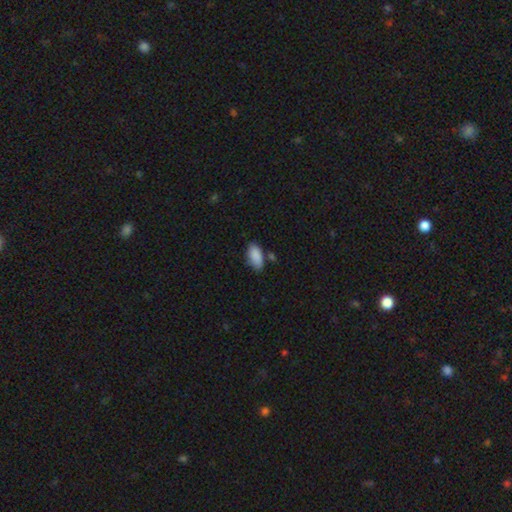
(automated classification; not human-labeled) Smooth or featured?
  - smooth: 89% *
  - star or artifact: 7%
  - featured or disk: 4%
How rounded?
  - in between: 92% *
  - cigar-shaped: 5%
  - round: 3%
Merging?
  - none: 70% *
  - minor disturbance: 19%
  - merger: 7%
  - major disturbance: 4%